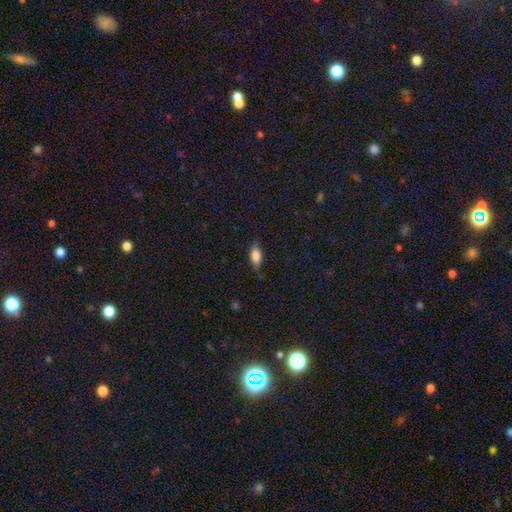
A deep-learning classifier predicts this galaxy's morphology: smooth-or-featured: smooth: 77% | featured or disk: 16% | star or artifact: 7%
  how-rounded: in between: 78% | cigar-shaped: 19% | round: 3%
  merging: none: 77% | minor disturbance: 18% | major disturbance: 4% | merger: 1%